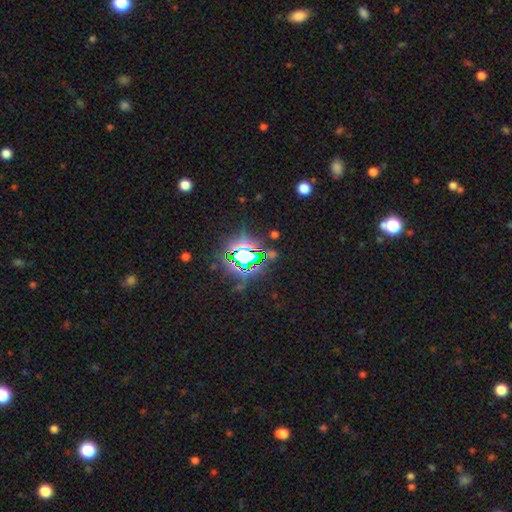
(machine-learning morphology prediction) star or artifact 75%, smooth 16%, featured or disk 9%.